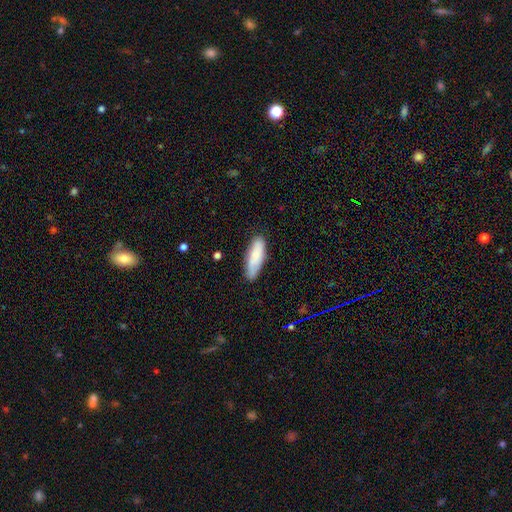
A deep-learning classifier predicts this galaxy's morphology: Q: Smooth or featured?
A: smooth (81%); runner-up: featured or disk (13%)
Q: How rounded?
A: cigar-shaped (50%); runner-up: in between (48%)
Q: Merging?
A: none (79%); runner-up: minor disturbance (16%)